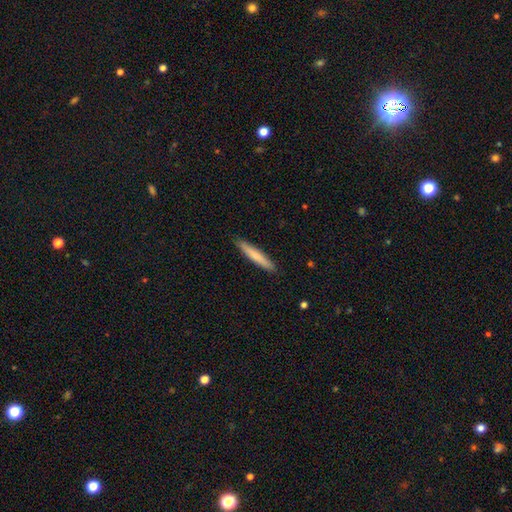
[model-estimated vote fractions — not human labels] The model was most divided on "smooth or featured": smooth: 74%, featured or disk: 21%, star or artifact: 5%. More confident: how rounded — cigar-shaped (94%); merging — none (91%).